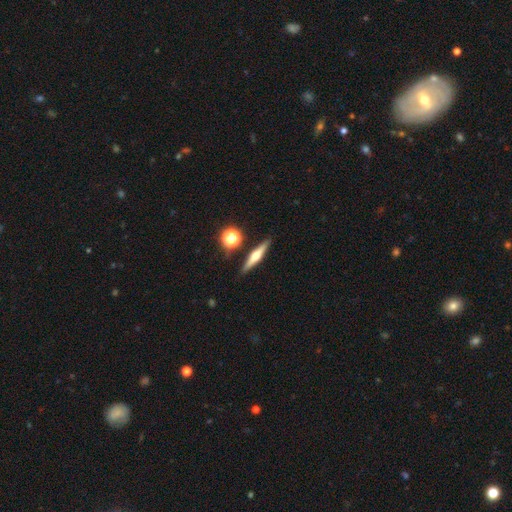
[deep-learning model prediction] A featured or disk galaxy (58%) viewed edge-on (95%) with a rounded central bulge (90%). Merging: none (87%).